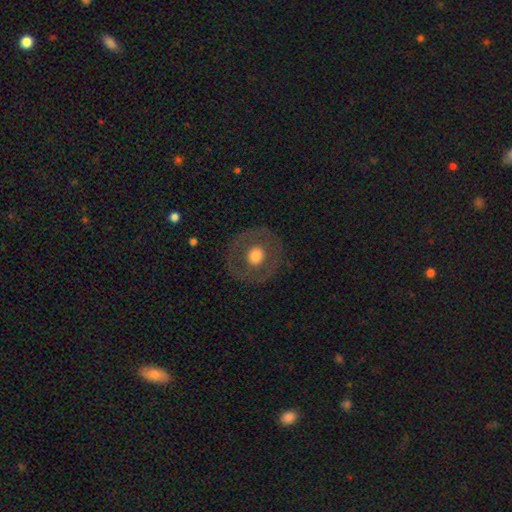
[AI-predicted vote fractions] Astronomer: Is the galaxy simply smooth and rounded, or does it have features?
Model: smooth — 51% (runner-up: featured or disk, 42%).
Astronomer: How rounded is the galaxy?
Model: round — 88%.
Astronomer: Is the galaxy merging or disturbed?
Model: none — 84%.